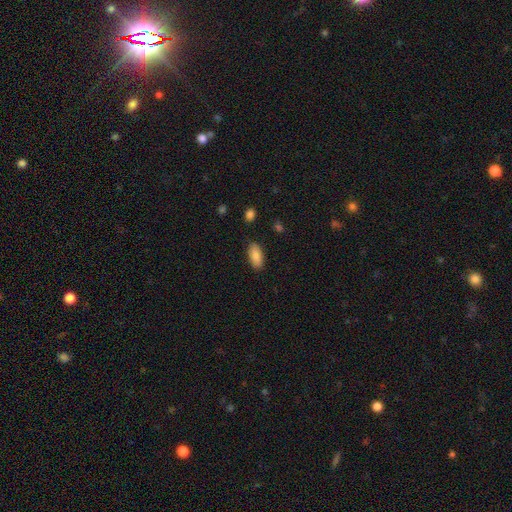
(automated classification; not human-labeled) The model was most divided on "merging": none: 86%, minor disturbance: 11%, major disturbance: 2%, merger: 1%. More confident: how rounded — in between (87%); smooth or featured — smooth (87%).